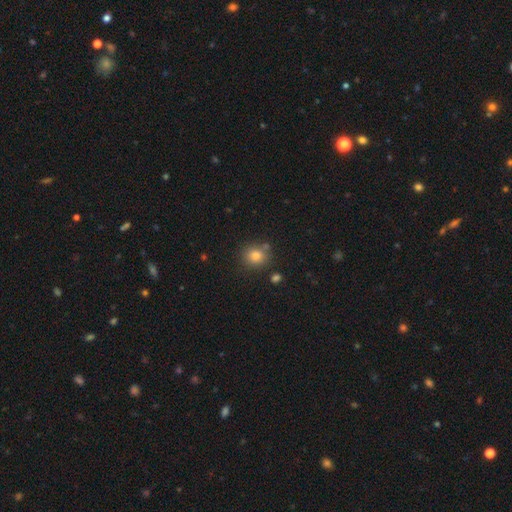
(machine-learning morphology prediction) Overall: smooth (79%). How rounded: round (87%). Merging: none (78%).